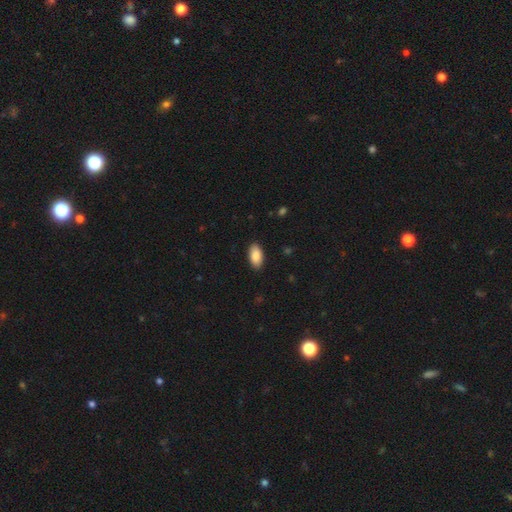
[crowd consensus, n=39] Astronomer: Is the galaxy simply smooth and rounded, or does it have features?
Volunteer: smooth — 90%.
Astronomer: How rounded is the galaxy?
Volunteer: in between — 91%.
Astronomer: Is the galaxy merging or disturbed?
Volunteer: none — 89%.